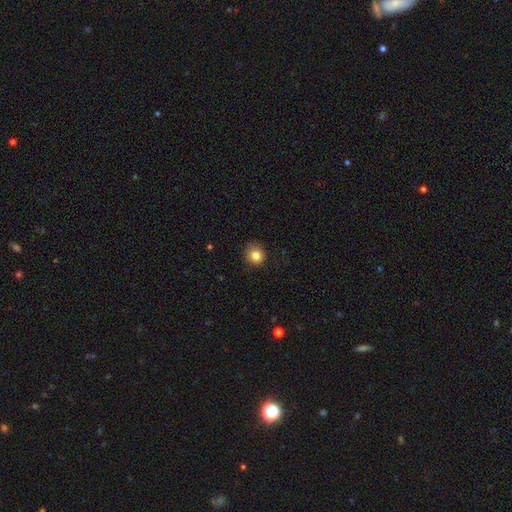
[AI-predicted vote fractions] Smooth or featured?
  - smooth: 83% *
  - star or artifact: 11%
  - featured or disk: 7%
How rounded?
  - round: 86% *
  - in between: 13%
  - cigar-shaped: 1%
Merging?
  - none: 83% *
  - minor disturbance: 13%
  - major disturbance: 3%
  - merger: 1%